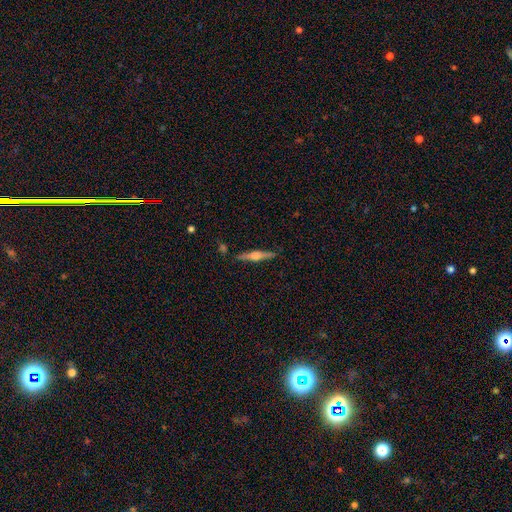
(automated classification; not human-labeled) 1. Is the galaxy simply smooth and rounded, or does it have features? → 69% featured or disk, 24% smooth, 6% star or artifact.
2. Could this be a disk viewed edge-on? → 98% yes, 2% no.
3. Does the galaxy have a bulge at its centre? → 86% rounded, 10% boxy, 3% none.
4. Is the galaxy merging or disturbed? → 88% none, 8% minor disturbance, 2% merger, 2% major disturbance.